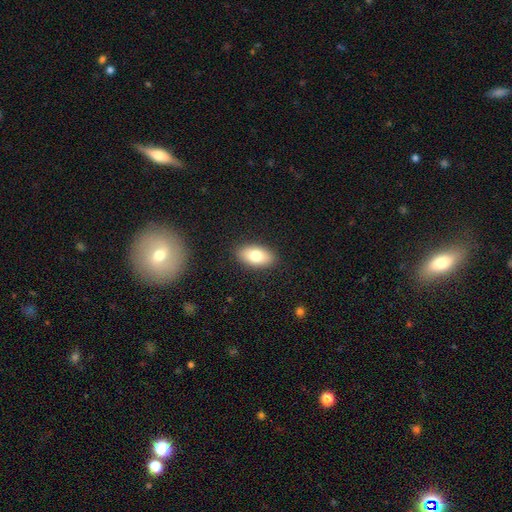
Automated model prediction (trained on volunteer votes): This is likely a smooth galaxy (77%). How rounded: clearly in between (92%). Merging: clearly none (88%).